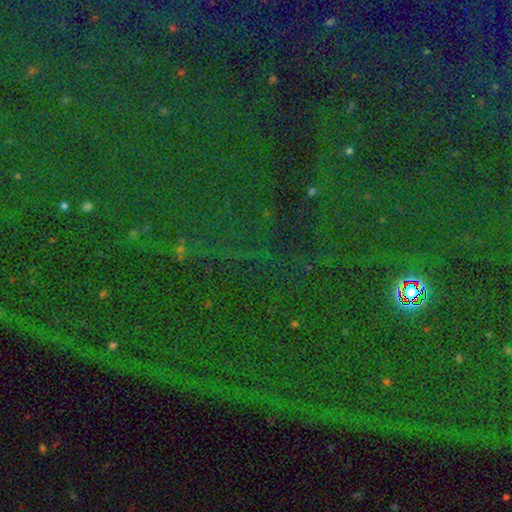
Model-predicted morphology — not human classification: smooth-or-featured: star or artifact: 84% | smooth: 9% | featured or disk: 7%